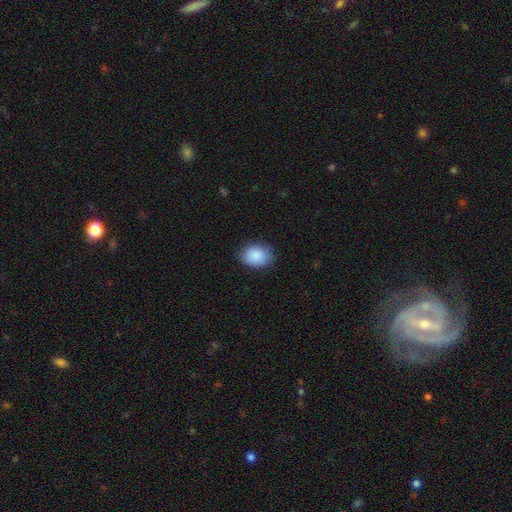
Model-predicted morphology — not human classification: Q: Smooth or featured?
A: smooth (89%); runner-up: star or artifact (7%)
Q: How rounded?
A: in between (67%); runner-up: round (32%)
Q: Merging?
A: none (82%); runner-up: minor disturbance (14%)